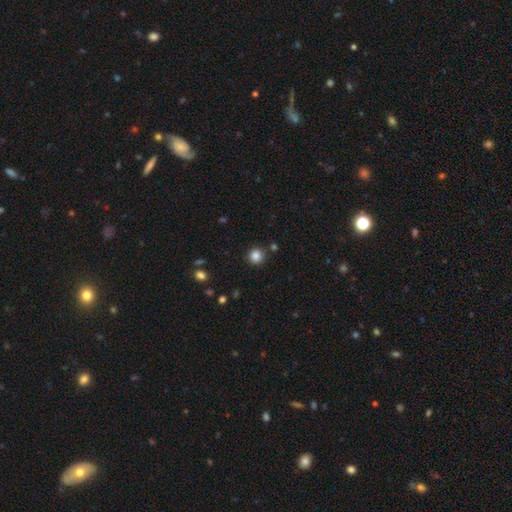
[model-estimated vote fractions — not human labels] Smooth or featured? smooth (84%)
How rounded? round (93%)
Merging? none (87%)